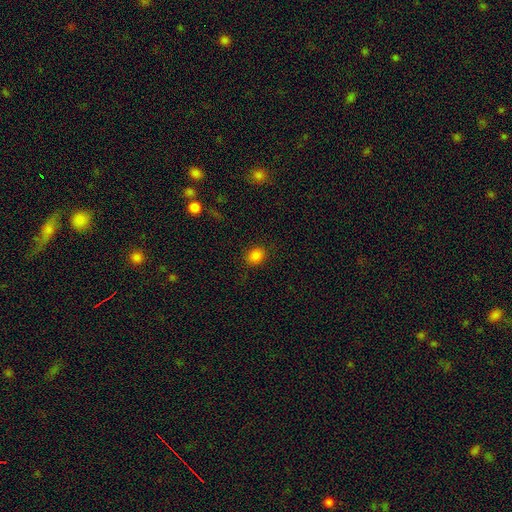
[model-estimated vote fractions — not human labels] A smooth galaxy with no disk features (83%) that is round (53%).

Vote fractions:
- Smooth or featured? smooth: 83% / star or artifact: 13% / featured or disk: 4%
- How rounded? round: 53% / in between: 46% / cigar-shaped: 1%
- Merging? none: 86% / minor disturbance: 10% / major disturbance: 3% / merger: 1%